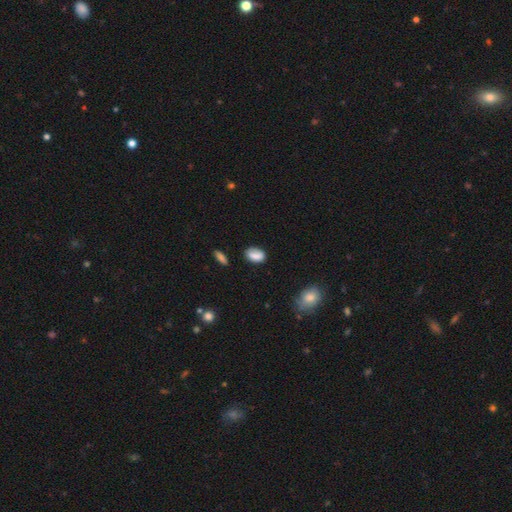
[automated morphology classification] The model was most divided on "merging": none: 68%, minor disturbance: 22%, major disturbance: 5%, merger: 5%. More confident: how rounded — in between (86%); smooth or featured — smooth (81%).